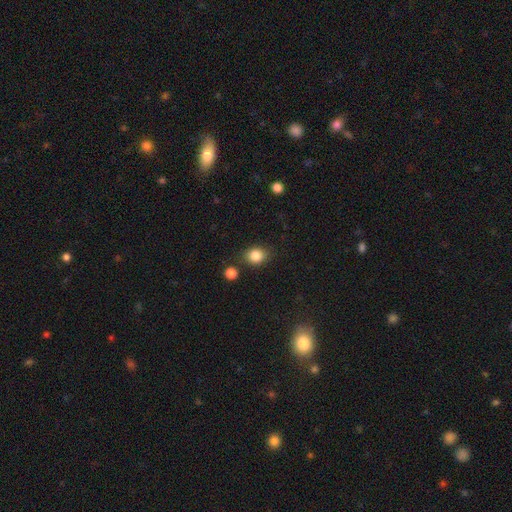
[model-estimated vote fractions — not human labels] Morphology: type=smooth (84%); roundness=round (56%); merging=none (78%).